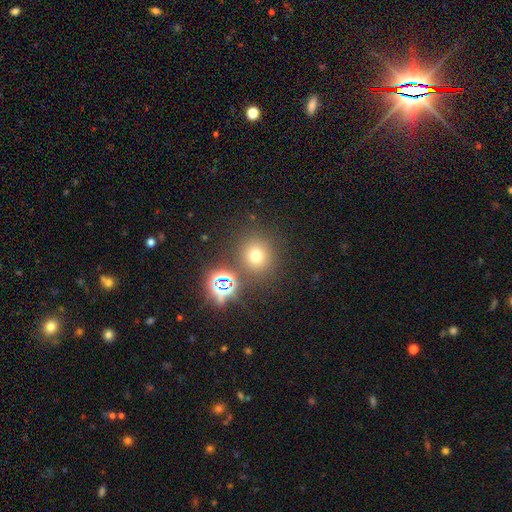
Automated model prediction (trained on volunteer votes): Smooth or featured? Predicted: smooth (p=0.63). How rounded? Predicted: round (p=0.89). Merging? Predicted: none (p=0.81).